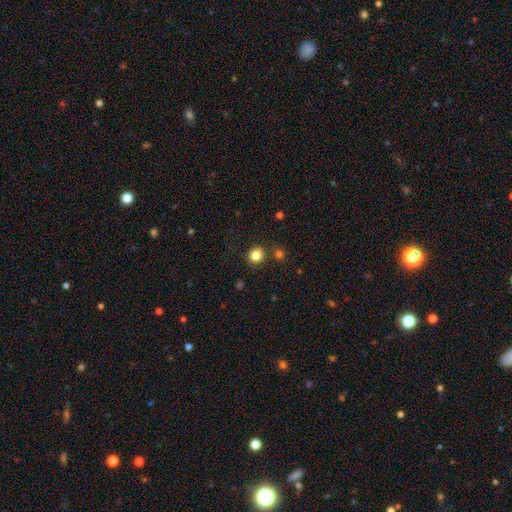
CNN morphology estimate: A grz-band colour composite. It shows a smooth galaxy with no disk features (83%) that is round (76%). Merging: none (84%).